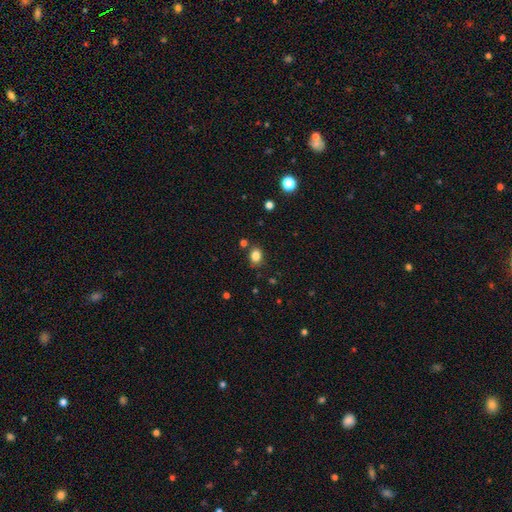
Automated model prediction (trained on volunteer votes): A smooth galaxy with no disk features (83%) that is in between round and cigar-shaped (61%). Merging: none (81%).